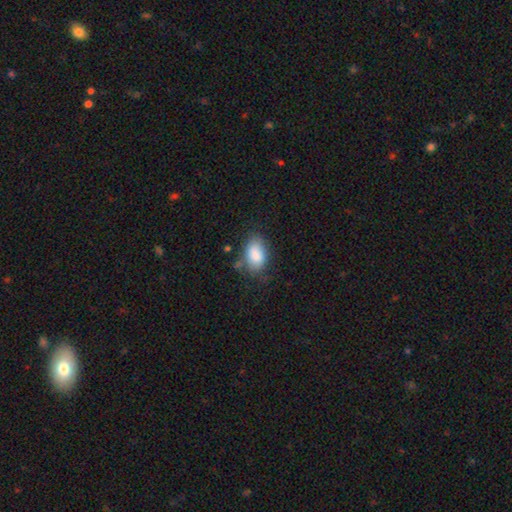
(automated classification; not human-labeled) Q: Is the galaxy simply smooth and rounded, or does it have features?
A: smooth — 86%.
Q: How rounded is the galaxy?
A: in between — 89%.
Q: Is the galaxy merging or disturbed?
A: none — 66%.